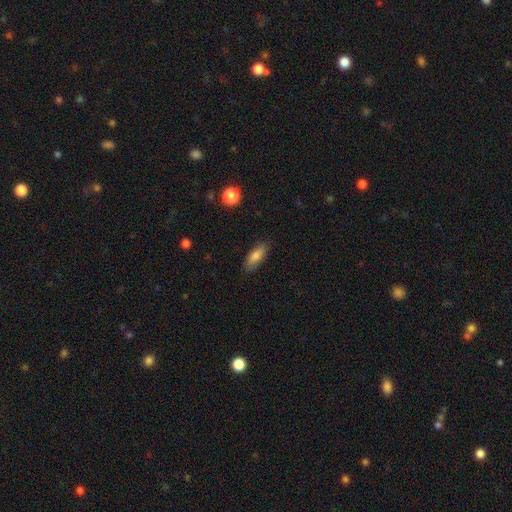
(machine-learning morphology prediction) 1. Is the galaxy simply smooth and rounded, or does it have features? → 79% smooth, 13% featured or disk, 8% star or artifact.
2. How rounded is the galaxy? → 65% in between, 32% cigar-shaped, 3% round.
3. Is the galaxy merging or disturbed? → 86% none, 10% minor disturbance, 2% major disturbance, 1% merger.